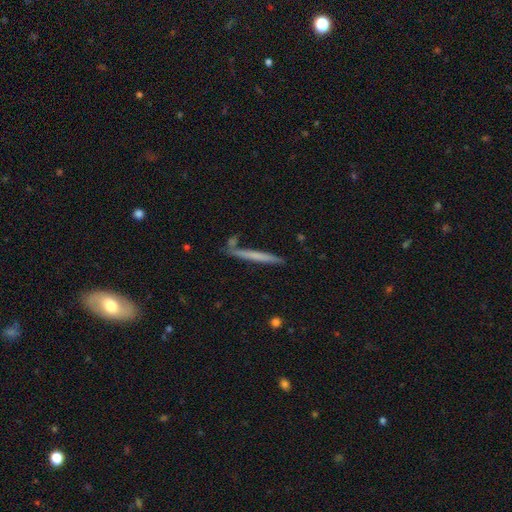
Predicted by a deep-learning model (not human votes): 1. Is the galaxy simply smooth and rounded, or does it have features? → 54% smooth, 39% featured or disk, 7% star or artifact.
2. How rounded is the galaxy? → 96% cigar-shaped, 2% in between, 1% round.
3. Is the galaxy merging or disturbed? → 81% none, 11% minor disturbance, 6% merger, 2% major disturbance.